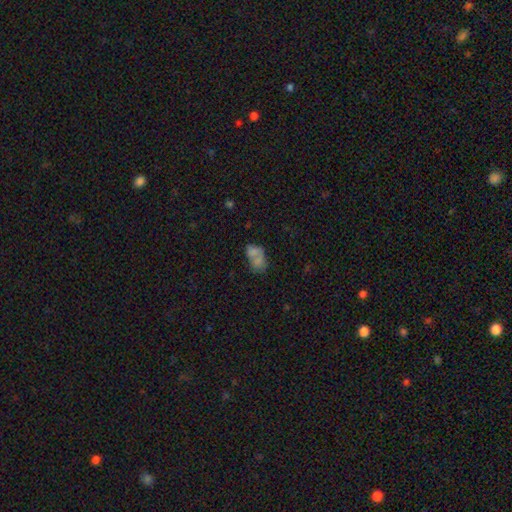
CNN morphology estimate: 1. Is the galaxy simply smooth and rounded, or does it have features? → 68% smooth, 19% featured or disk, 12% star or artifact.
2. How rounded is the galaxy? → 77% in between, 21% round, 2% cigar-shaped.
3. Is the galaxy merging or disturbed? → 53% merger, 25% none, 13% minor disturbance, 9% major disturbance.